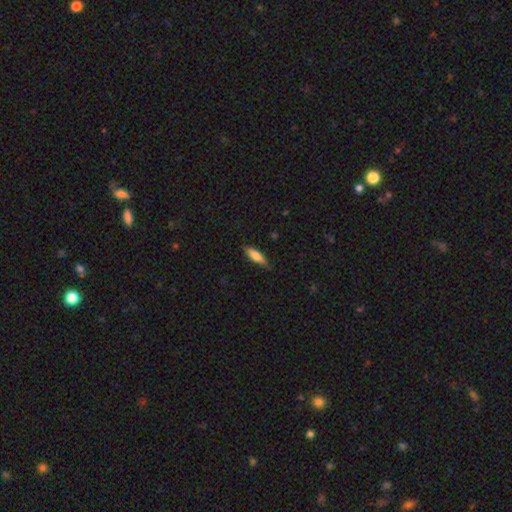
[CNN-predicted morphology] Overall: smooth (75%). How rounded: cigar-shaped (54%; in between 44%). Merging: none (81%).